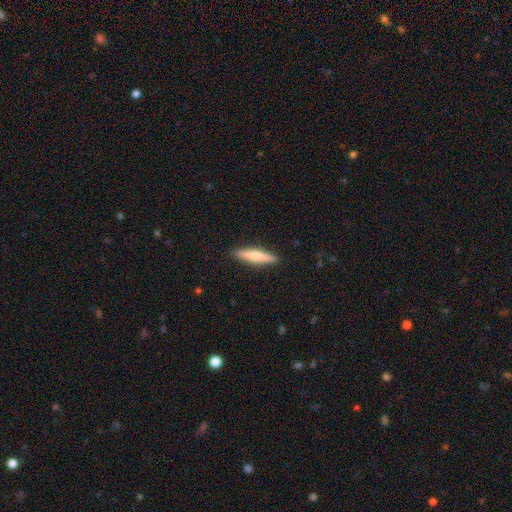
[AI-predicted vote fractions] A smooth galaxy with no disk features (57%) that is cigar-shaped (85%).

Vote fractions:
- Smooth or featured? smooth: 57% / featured or disk: 38% / star or artifact: 5%
- How rounded? cigar-shaped: 85% / in between: 13% / round: 2%
- Merging? none: 91% / minor disturbance: 7% / major disturbance: 1% / merger: 1%